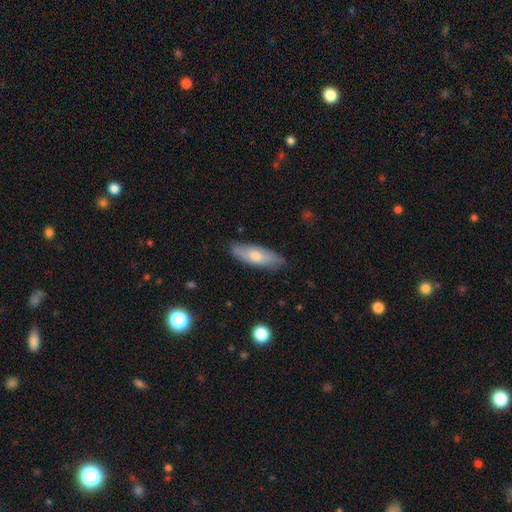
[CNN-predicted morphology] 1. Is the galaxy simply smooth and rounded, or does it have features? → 63% smooth, 31% featured or disk, 6% star or artifact.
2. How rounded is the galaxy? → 61% in between, 37% cigar-shaped, 2% round.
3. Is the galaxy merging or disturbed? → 83% none, 13% minor disturbance, 2% major disturbance, 1% merger.